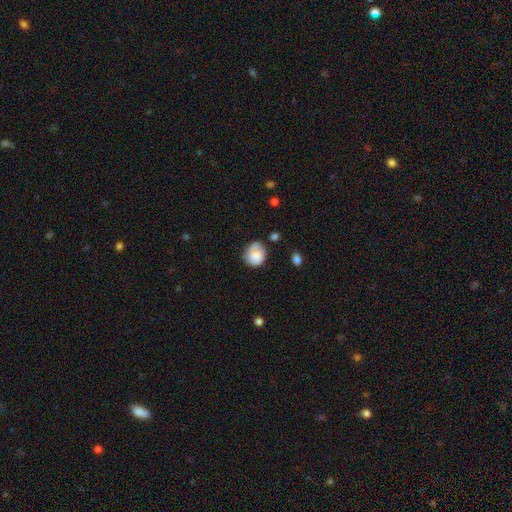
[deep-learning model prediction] A smooth galaxy with no disk features (74%) that is round (67%).

Vote fractions:
- Smooth or featured? smooth: 74% / featured or disk: 18% / star or artifact: 8%
- How rounded? round: 67% / in between: 32% / cigar-shaped: 1%
- Merging? none: 52% / minor disturbance: 30% / major disturbance: 12% / merger: 6%